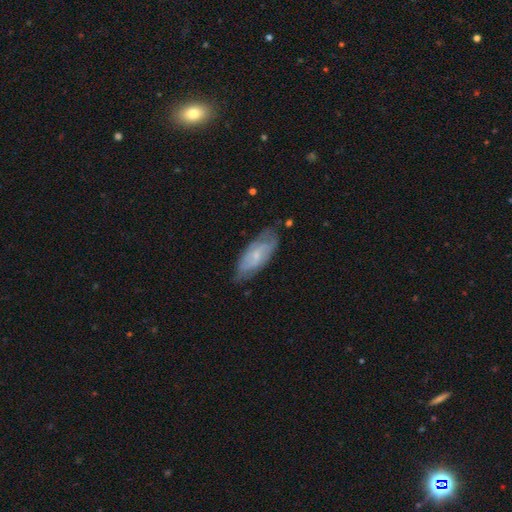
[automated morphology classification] smooth_or_featured: featured or disk (p=0.57) [alt: smooth p=0.36]
disk_edge_on: no (p=0.87) [alt: yes p=0.13]
bar: no (p=0.50) [alt: weak p=0.42]
has_spiral_arms: yes (p=0.78) [alt: no p=0.22]
bulge_size: small (p=0.66) [alt: moderate p=0.24]
merging: none (p=0.68) [alt: minor disturbance p=0.25]